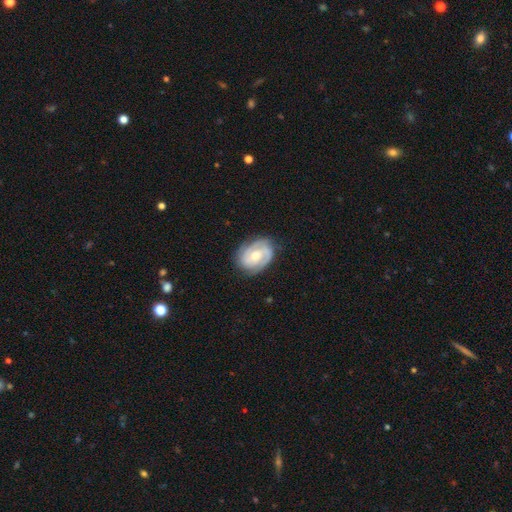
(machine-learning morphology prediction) This appears to be a featured or disk galaxy (80%) with no bar (55%), 2 (56%) tight (60%) spiral arms (95%) and a moderate central bulge (59%). Merging: none (78%).